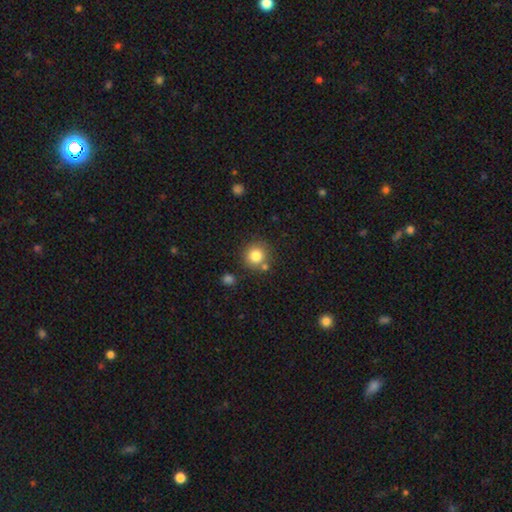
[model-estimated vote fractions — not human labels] Smooth or featured? smooth (82%)
How rounded? round (92%)
Merging? none (77%)